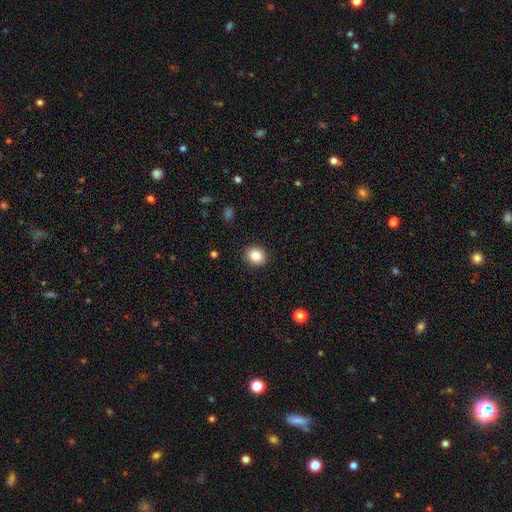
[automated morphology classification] Smooth or featured?
  - smooth: 85% *
  - star or artifact: 9%
  - featured or disk: 6%
How rounded?
  - round: 80% *
  - in between: 19%
  - cigar-shaped: 1%
Merging?
  - none: 91% *
  - minor disturbance: 6%
  - major disturbance: 2%
  - merger: 1%